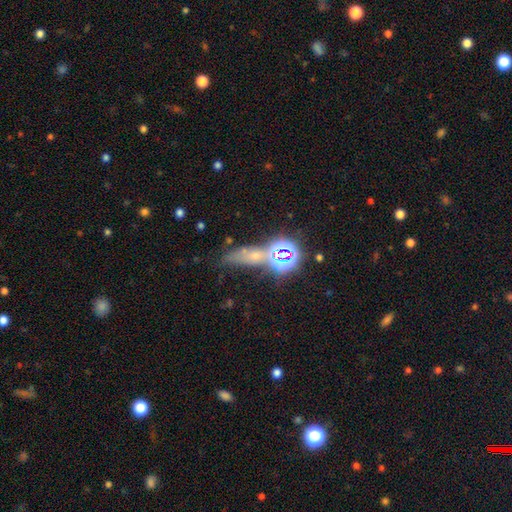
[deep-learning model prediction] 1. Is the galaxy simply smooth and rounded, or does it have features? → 47% star or artifact, 36% smooth, 18% featured or disk.